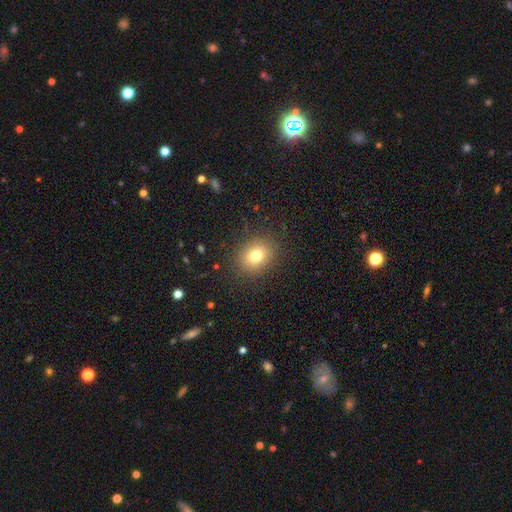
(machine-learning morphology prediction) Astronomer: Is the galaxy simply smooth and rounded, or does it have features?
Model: smooth — 77%.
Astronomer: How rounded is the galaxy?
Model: round — 56% (runner-up: in between, 43%).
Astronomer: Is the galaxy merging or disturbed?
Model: none — 87%.